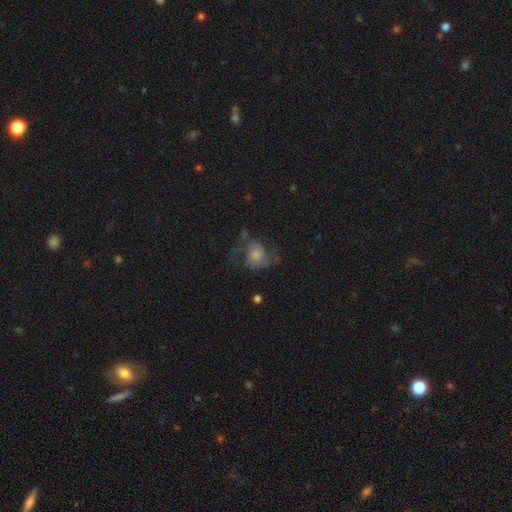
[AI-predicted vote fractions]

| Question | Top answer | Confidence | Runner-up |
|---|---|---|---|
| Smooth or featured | featured or disk | 76% | smooth (14%) |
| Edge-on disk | no | 97% | yes (3%) |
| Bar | no | 69% | weak (27%) |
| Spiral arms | yes | 93% | no (7%) |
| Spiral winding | medium | 46% | loose (42%) |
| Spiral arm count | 2 | 87% | can't tell (4%) |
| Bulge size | moderate | 35% | small (33%) |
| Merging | none | 61% | major disturbance (19%) |